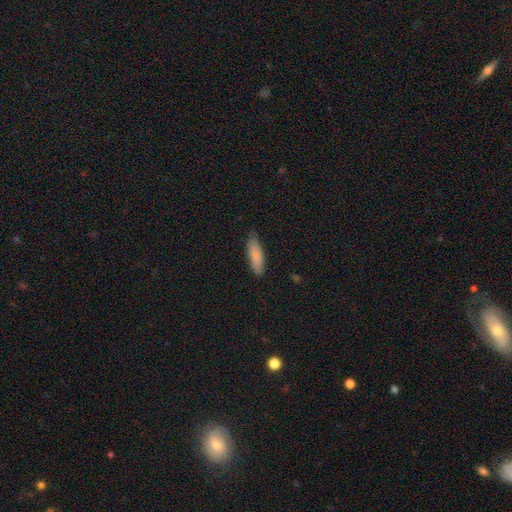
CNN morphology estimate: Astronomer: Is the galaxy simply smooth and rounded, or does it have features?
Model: smooth — 85%.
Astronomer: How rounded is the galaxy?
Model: cigar-shaped — 57% (runner-up: in between, 42%).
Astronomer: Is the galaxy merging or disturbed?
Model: none — 76%.